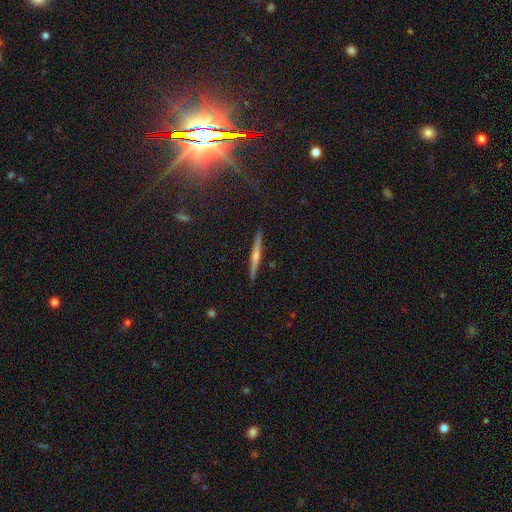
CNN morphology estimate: featured or disk 68%, smooth 23%, star or artifact 9%. Down the decision tree: edge-on disk — yes (98%); edge-on bulge — rounded (77%); merging — none (91%).